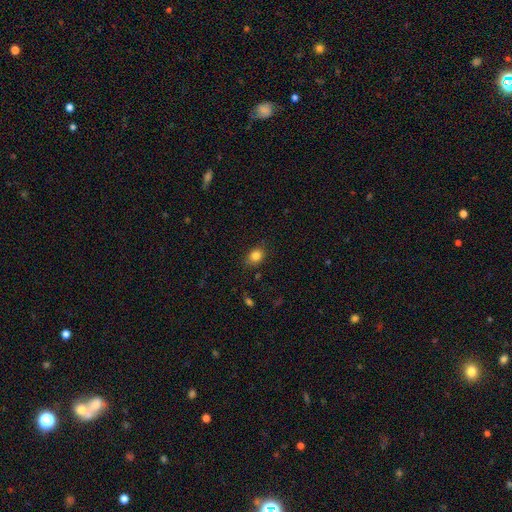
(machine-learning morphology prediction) A smooth galaxy with no disk features (83%) that is in between round and cigar-shaped (51%). Merging: none (81%).